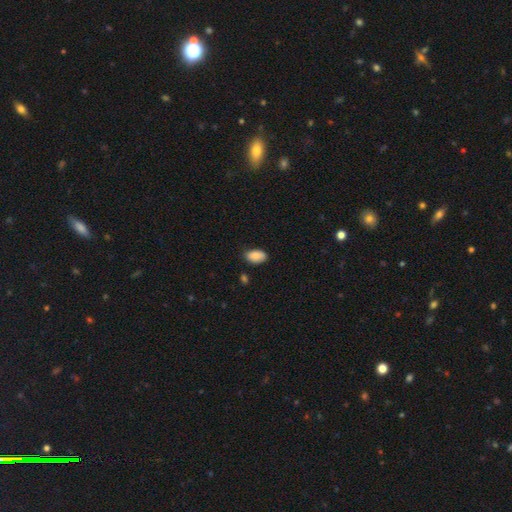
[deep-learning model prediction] Overall: smooth (88%). How rounded: in between (94%). Merging: none (79%).